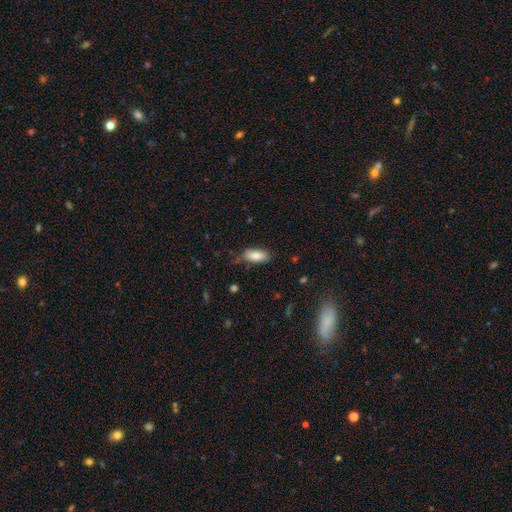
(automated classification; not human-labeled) Q: Smooth or featured?
A: smooth (82%); runner-up: featured or disk (11%)
Q: How rounded?
A: in between (82%); runner-up: cigar-shaped (16%)
Q: Merging?
A: none (72%); runner-up: minor disturbance (22%)